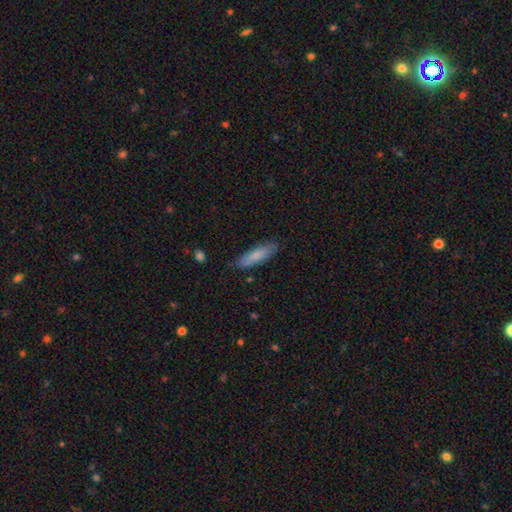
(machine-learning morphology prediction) Q: Smooth or featured?
A: smooth (81%); runner-up: featured or disk (13%)
Q: How rounded?
A: cigar-shaped (69%); runner-up: in between (30%)
Q: Merging?
A: none (84%); runner-up: minor disturbance (12%)